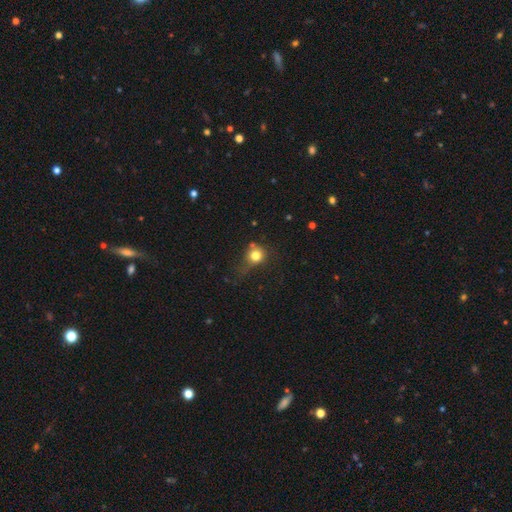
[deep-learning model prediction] Q: Smooth or featured?
A: smooth (77%); runner-up: star or artifact (13%)
Q: How rounded?
A: round (84%); runner-up: in between (15%)
Q: Merging?
A: none (47%); runner-up: minor disturbance (29%)